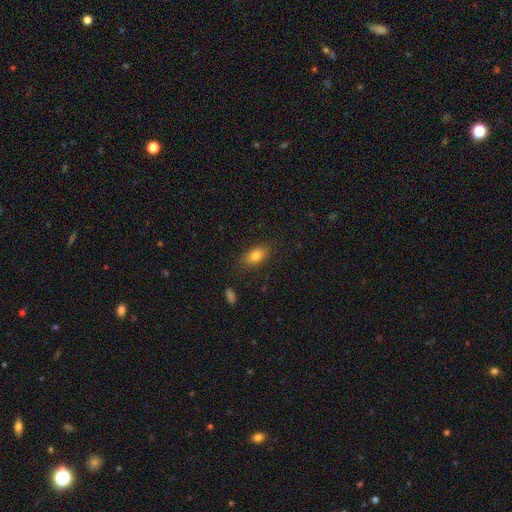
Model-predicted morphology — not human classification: The model was most divided on "smooth or featured": smooth: 79%, featured or disk: 13%, star or artifact: 9%. More confident: how rounded — in between (85%); merging — none (82%).